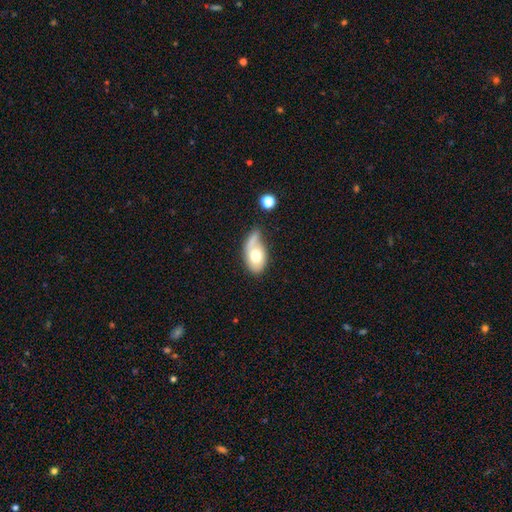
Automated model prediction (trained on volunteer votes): This is likely a smooth galaxy (64%). How rounded: clearly in between (88%). Merging: marginally minor disturbance (32%, tied with none).